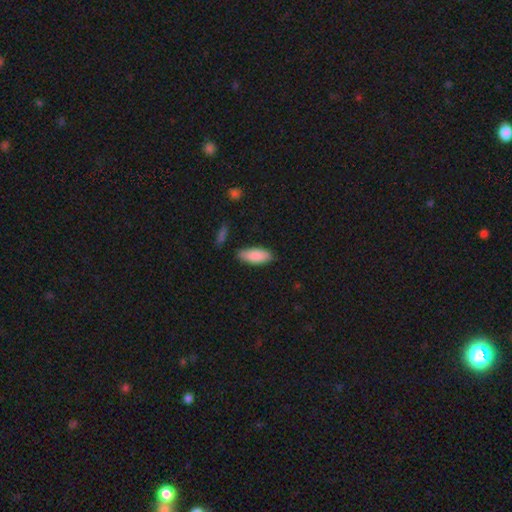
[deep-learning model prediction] This appears to be a smooth galaxy with no disk features (87%) that is in between round and cigar-shaped (78%). Merging: none (79%).